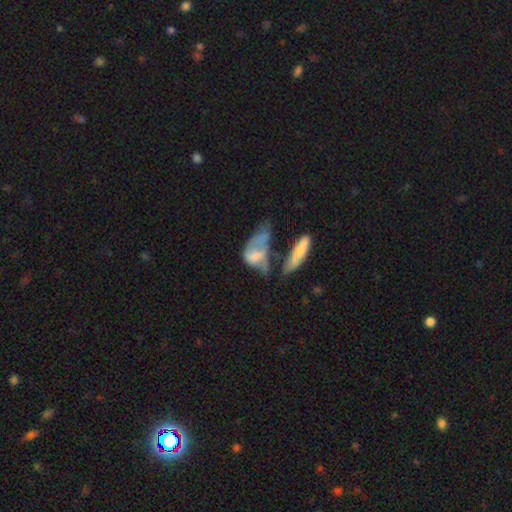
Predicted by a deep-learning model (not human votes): The model was most divided on "merging": major disturbance: 37%, merger: 35%, minor disturbance: 15%, none: 13%. More confident: how rounded — in between (82%); smooth or featured — smooth (53%).